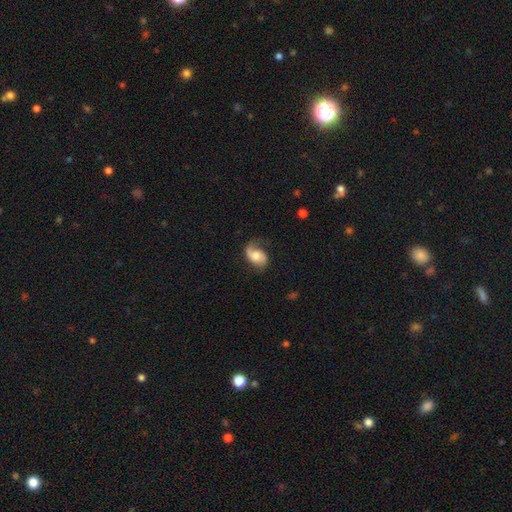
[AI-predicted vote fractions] Smooth or featured? Predicted: featured or disk (p=0.63). Edge-on disk? Predicted: no (p=0.97). Bar? Predicted: no (p=0.61). Spiral arms? Predicted: yes (p=0.92). Spiral winding? Predicted: loose (p=0.52). Spiral arm count? Predicted: 2 (p=0.66). Bulge size? Predicted: moderate (p=0.55). Merging? Predicted: none (p=0.56).